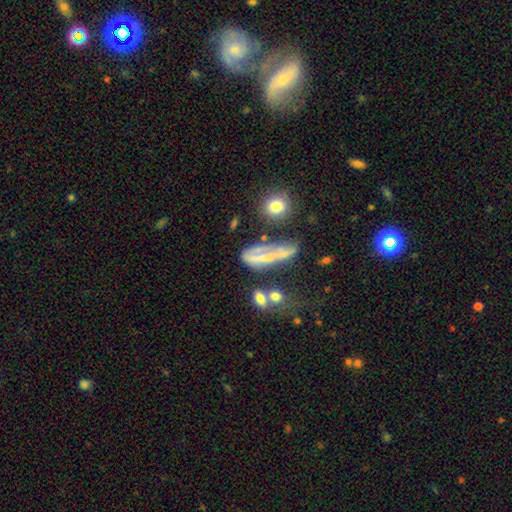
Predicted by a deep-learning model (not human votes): Morphology: type=smooth (46%); merging=major disturbance (30%).